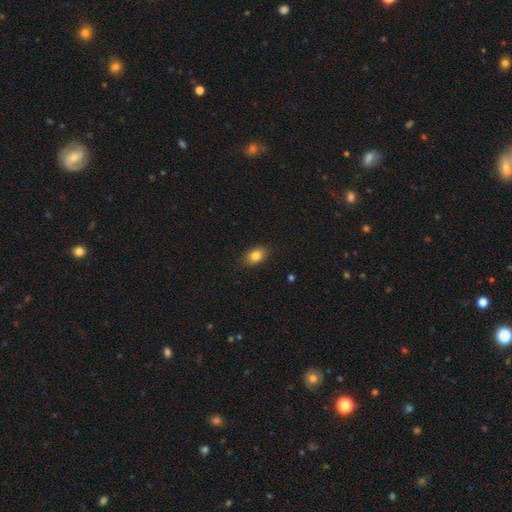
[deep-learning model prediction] Smooth or featured? Predicted: smooth (p=0.84). How rounded? Predicted: in between (p=0.78). Merging? Predicted: none (p=0.84).